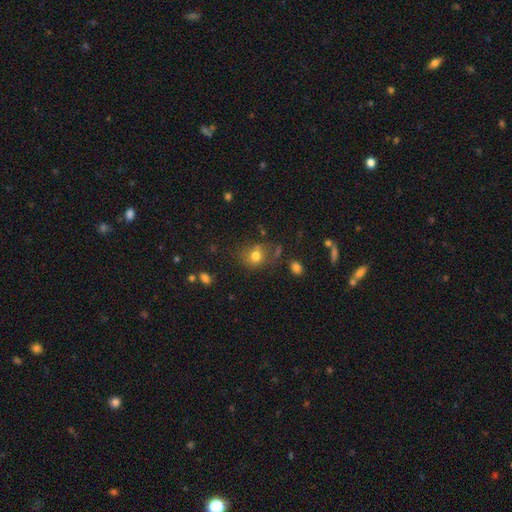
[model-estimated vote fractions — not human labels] smooth 74%, star or artifact 14%, featured or disk 11%. Down the decision tree: how rounded — round (65%); merging — none (63%).